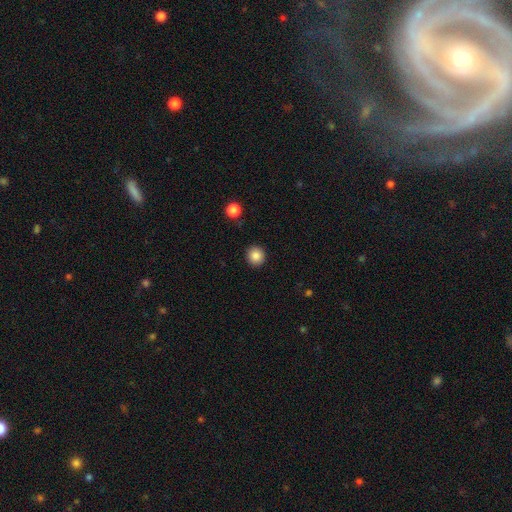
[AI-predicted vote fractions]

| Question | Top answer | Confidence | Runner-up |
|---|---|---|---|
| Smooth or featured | smooth | 87% | star or artifact (10%) |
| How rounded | round | 91% | in between (8%) |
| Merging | none | 91% | minor disturbance (6%) |